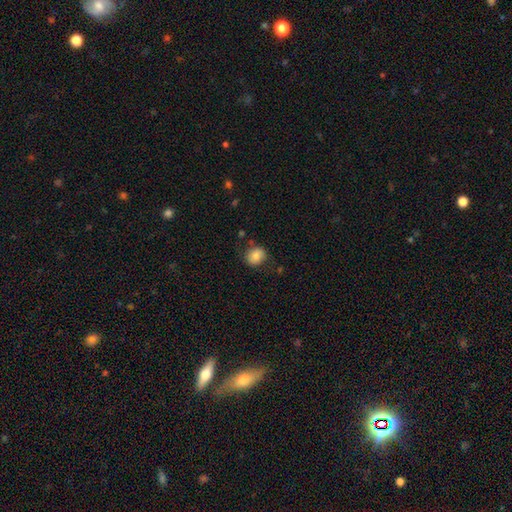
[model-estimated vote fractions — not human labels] smooth_or_featured: smooth (p=0.81) [alt: featured or disk p=0.10]
how_rounded: round (p=0.66) [alt: in between p=0.33]
merging: none (p=0.75) [alt: minor disturbance p=0.17]